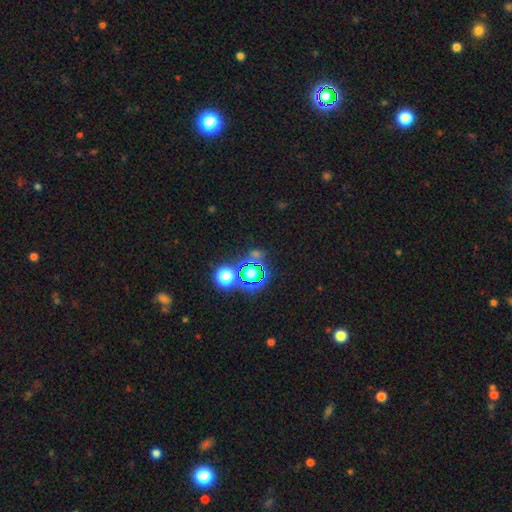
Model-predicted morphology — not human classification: Smooth or featured?
  - star or artifact: 66% *
  - smooth: 26%
  - featured or disk: 8%